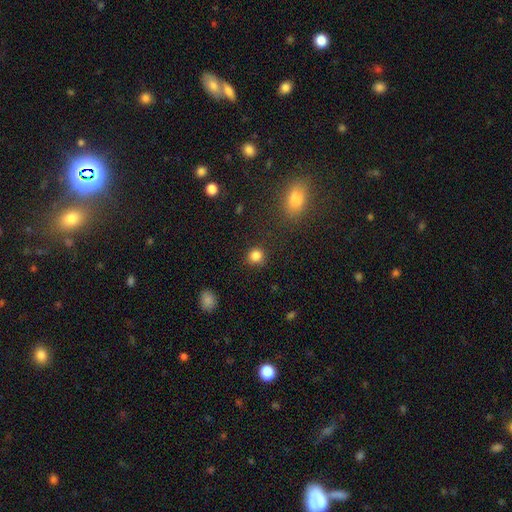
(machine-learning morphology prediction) smooth-or-featured: smooth: 85% | star or artifact: 11% | featured or disk: 4%
  how-rounded: round: 89% | in between: 10% | cigar-shaped: 1%
  merging: none: 86% | minor disturbance: 9% | major disturbance: 3% | merger: 2%